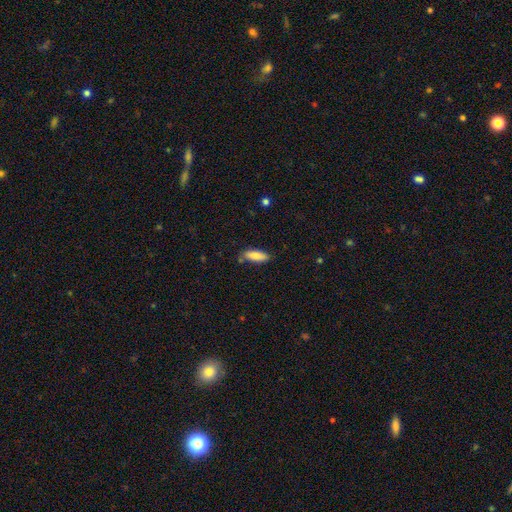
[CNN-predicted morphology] Smooth or featured: smooth — 85% (featured or disk — 9%)
How rounded: in between — 66% (cigar-shaped — 33%)
Merging: none — 75% (minor disturbance — 18%)